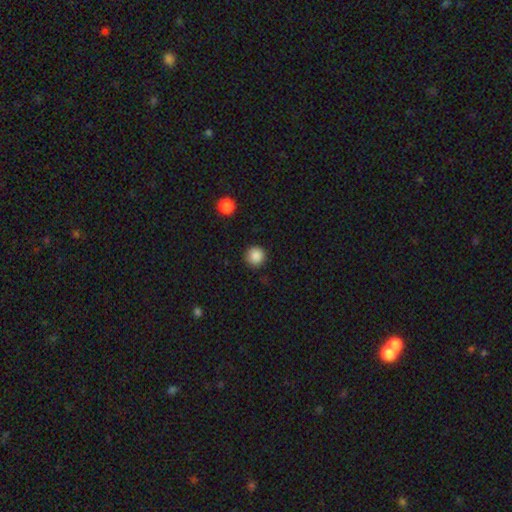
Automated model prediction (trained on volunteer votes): smooth-or-featured: smooth: 87% | star or artifact: 10% | featured or disk: 3%
  how-rounded: round: 95% | in between: 4% | cigar-shaped: 1%
  merging: none: 90% | minor disturbance: 7% | major disturbance: 2% | merger: 1%